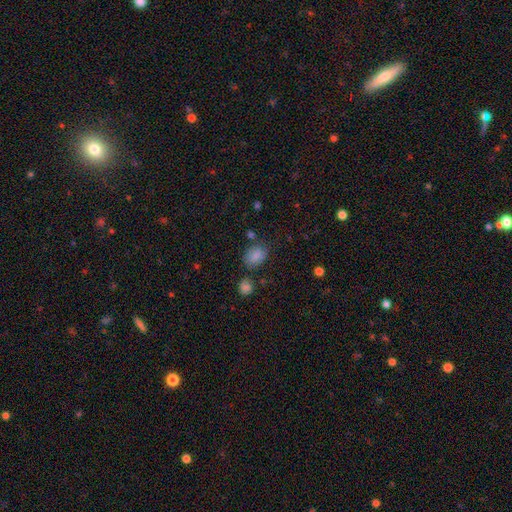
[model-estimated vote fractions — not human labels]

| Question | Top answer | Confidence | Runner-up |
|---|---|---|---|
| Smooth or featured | smooth | 81% | star or artifact (10%) |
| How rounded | in between | 72% | round (27%) |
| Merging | none | 63% | minor disturbance (22%) |